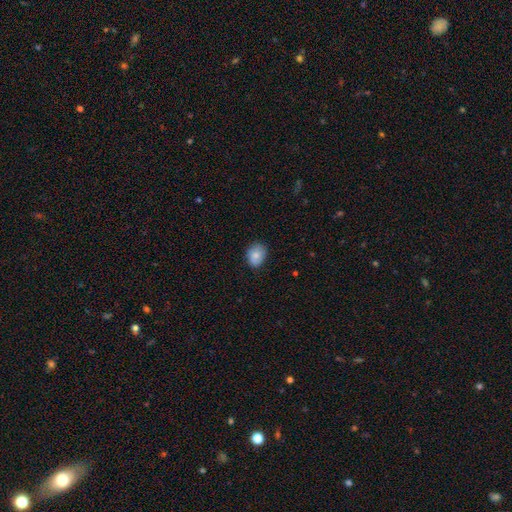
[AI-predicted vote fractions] Overall: smooth (82%). How rounded: in between (54%; round 45%). Merging: none (81%).